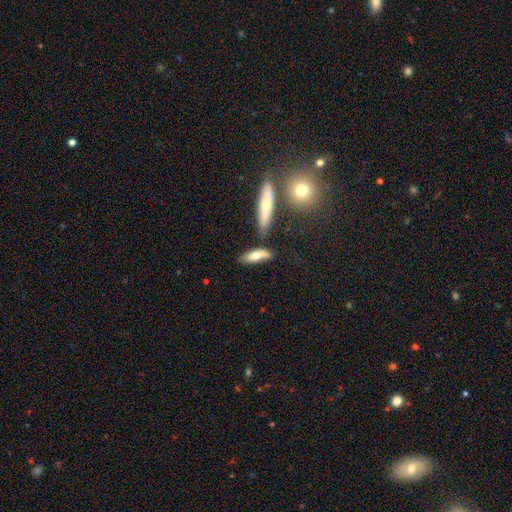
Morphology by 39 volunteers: This is likely a smooth galaxy (62%). How rounded: likely in between (67%). Merging: likely none (61%).